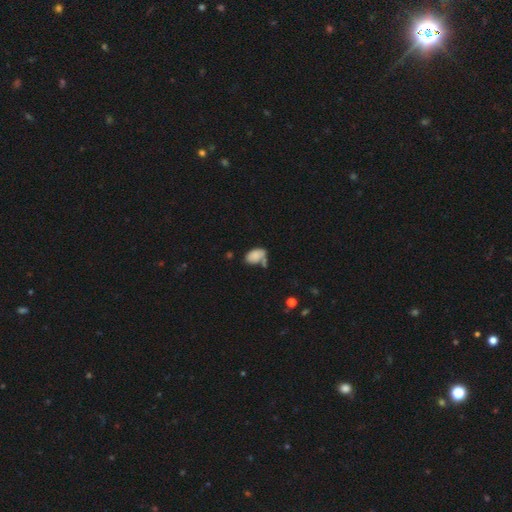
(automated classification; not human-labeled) Smooth or featured: smooth — 80% (featured or disk — 11%)
How rounded: in between — 90% (round — 8%)
Merging: none — 40% (merger — 25%)